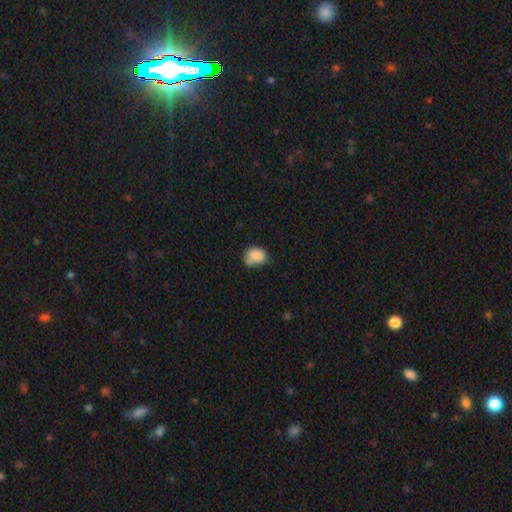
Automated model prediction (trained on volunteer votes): This appears to be a smooth galaxy with no disk features (84%) that is in between round and cigar-shaped (53%). Merging: none (48%).